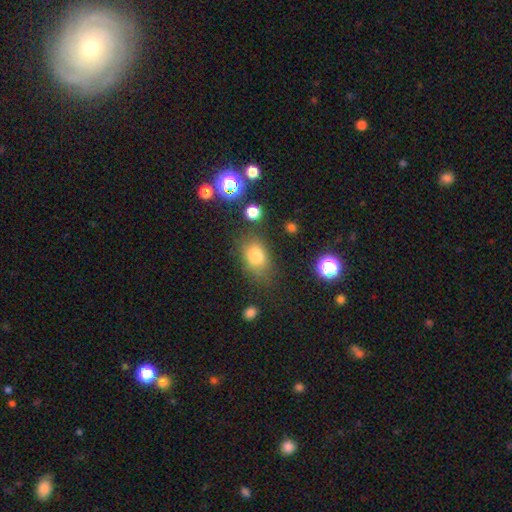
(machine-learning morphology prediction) Smooth or featured? smooth (76%)
How rounded? in between (70%)
Merging? none (71%)